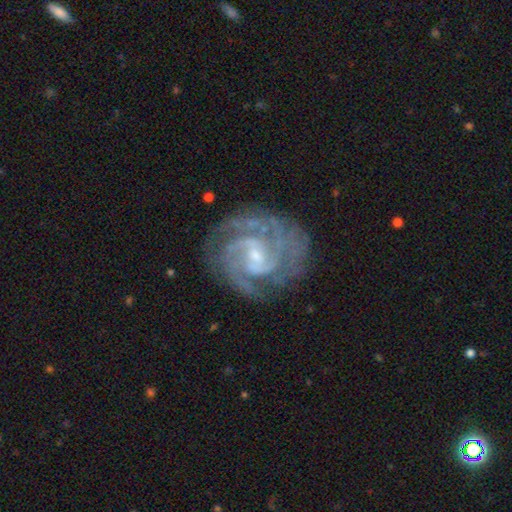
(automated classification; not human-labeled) Smooth or featured? featured or disk (90%)
Edge-on disk? no (98%)
Bar? weak (50%)
Spiral arms? yes (98%)
Spiral winding? tight (64%)
Spiral arm count? 2 (39%)
Bulge size? small (68%)
Merging? none (77%)